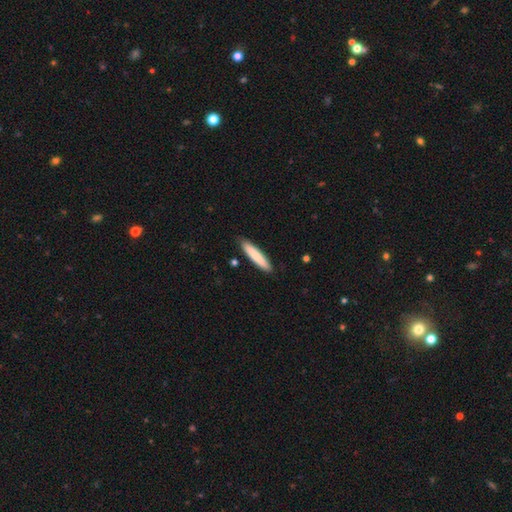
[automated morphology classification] smooth-or-featured: smooth: 82% | featured or disk: 13% | star or artifact: 5%
  how-rounded: cigar-shaped: 88% | in between: 11% | round: 1%
  merging: none: 88% | minor disturbance: 9% | major disturbance: 2% | merger: 1%